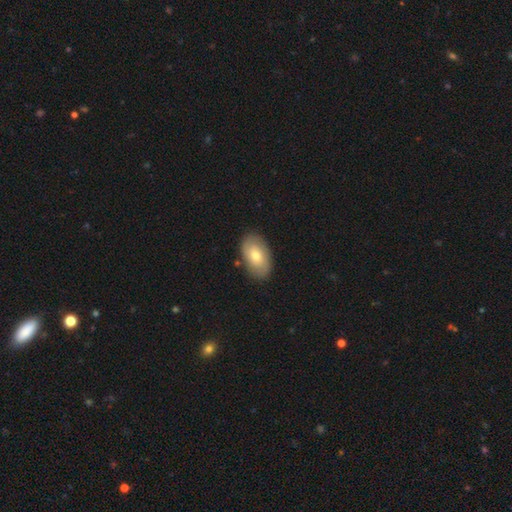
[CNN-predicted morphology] Smooth or featured? Predicted: smooth (p=0.62). How rounded? Predicted: in between (p=0.92). Merging? Predicted: none (p=0.85).